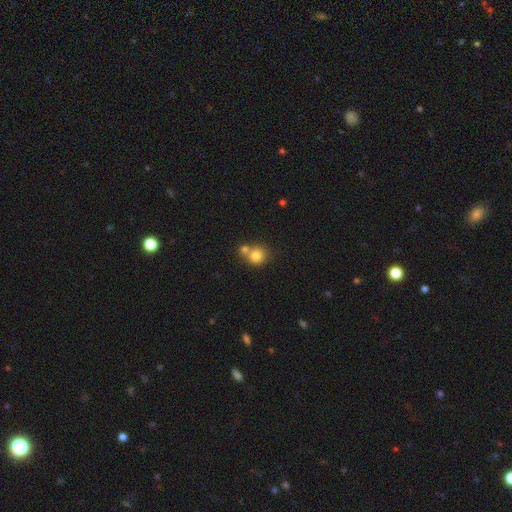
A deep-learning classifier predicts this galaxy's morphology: A smooth galaxy with no disk features (80%) that is round (87%).

Vote fractions:
- Smooth or featured? smooth: 80% / star or artifact: 11% / featured or disk: 9%
- How rounded? round: 87% / in between: 12% / cigar-shaped: 1%
- Merging? none: 49% / merger: 40% / minor disturbance: 8% / major disturbance: 3%